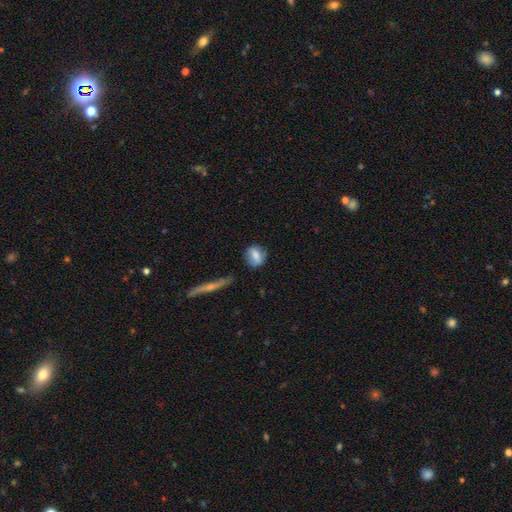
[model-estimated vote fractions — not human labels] The model was most divided on "how rounded": round: 50%, in between: 46%, cigar-shaped: 5%. More confident: merging — none (74%); smooth or featured — smooth (73%).